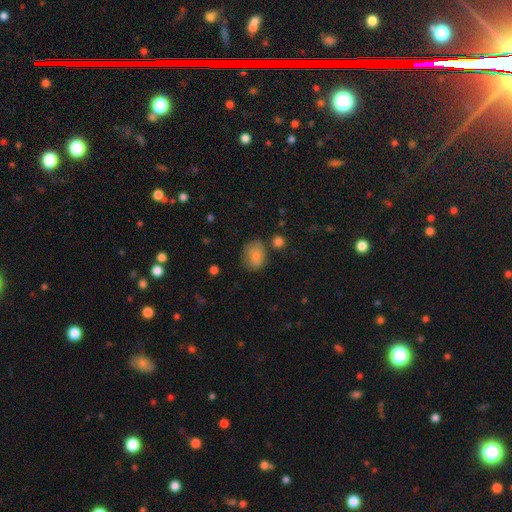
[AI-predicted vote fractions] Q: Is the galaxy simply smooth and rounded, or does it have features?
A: smooth — 81%.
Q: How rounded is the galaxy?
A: in between — 54%.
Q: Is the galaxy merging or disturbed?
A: none — 56%.